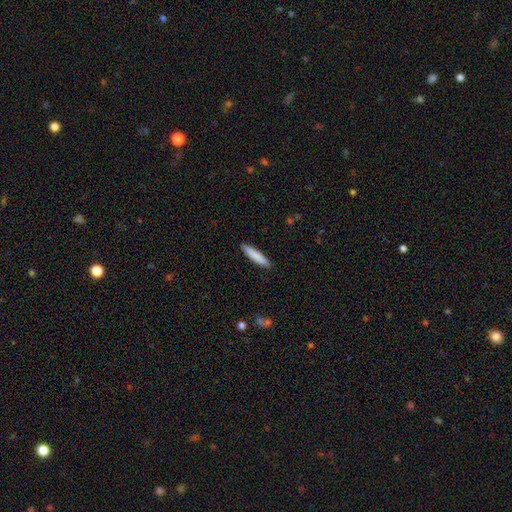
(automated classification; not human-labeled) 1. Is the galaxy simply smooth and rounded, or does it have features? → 84% smooth, 11% featured or disk, 6% star or artifact.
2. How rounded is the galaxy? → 89% cigar-shaped, 10% in between, 1% round.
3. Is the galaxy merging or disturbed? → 90% none, 8% minor disturbance, 2% major disturbance, 1% merger.